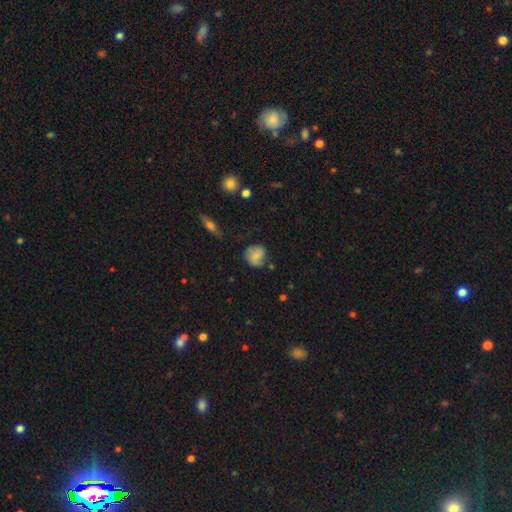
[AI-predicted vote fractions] smooth_or_featured: smooth (p=0.64) [alt: featured or disk p=0.27]
how_rounded: round (p=0.79) [alt: in between p=0.19]
merging: none (p=0.65) [alt: minor disturbance p=0.25]